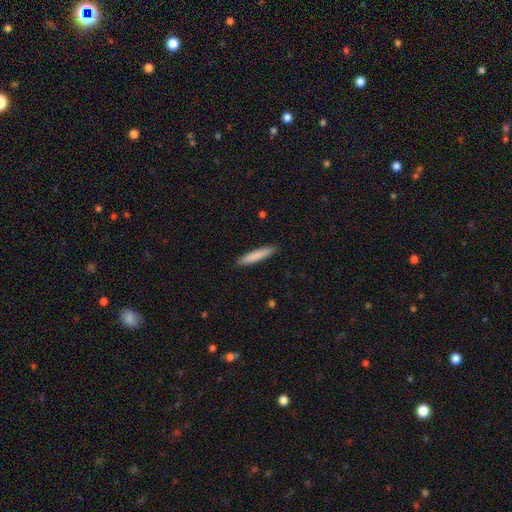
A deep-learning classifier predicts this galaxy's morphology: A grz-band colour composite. It shows a smooth galaxy with no disk features (84%) that is cigar-shaped (89%). Merging: none (90%).